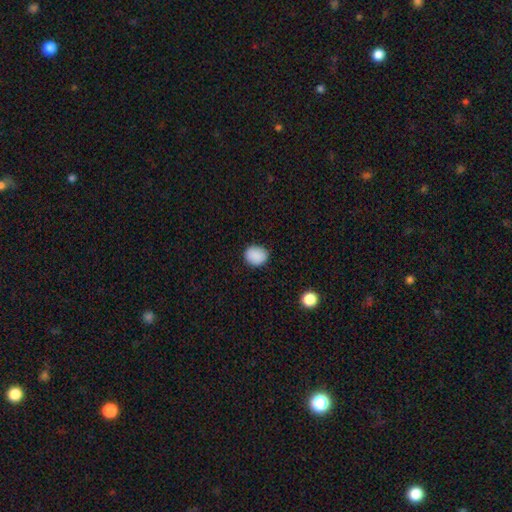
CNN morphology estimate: This appears to be a smooth galaxy with no disk features (88%) that is round (68%). Merging: none (85%).